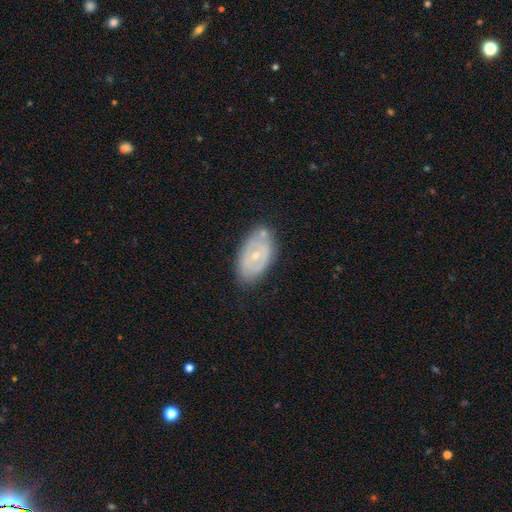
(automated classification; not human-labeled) Q: Smooth or featured?
A: featured or disk (63%); runner-up: smooth (29%)
Q: Edge-on disk?
A: no (93%); runner-up: yes (7%)
Q: Bar?
A: no (58%); runner-up: weak (31%)
Q: Spiral arms?
A: no (52%); runner-up: yes (48%)
Q: Bulge size?
A: small (65%); runner-up: moderate (31%)
Q: Merging?
A: none (70%); runner-up: minor disturbance (19%)